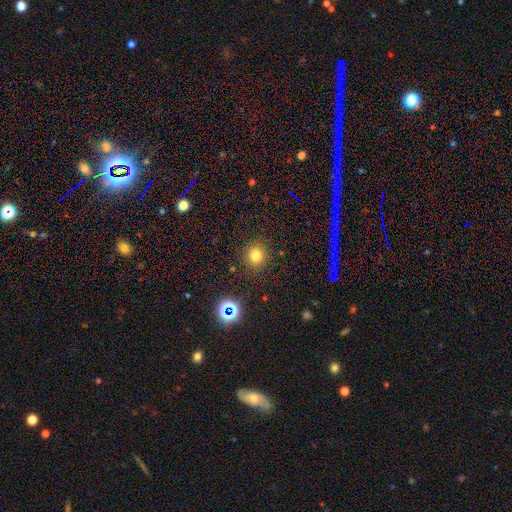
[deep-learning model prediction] Smooth or featured: smooth — 74% (star or artifact — 19%)
How rounded: round — 91% (in between — 8%)
Merging: none — 88% (minor disturbance — 8%)